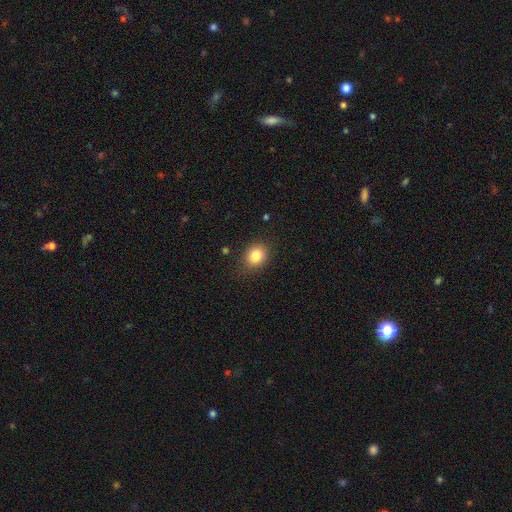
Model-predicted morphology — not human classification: Smooth or featured? smooth (84%)
How rounded? round (54%)
Merging? none (81%)